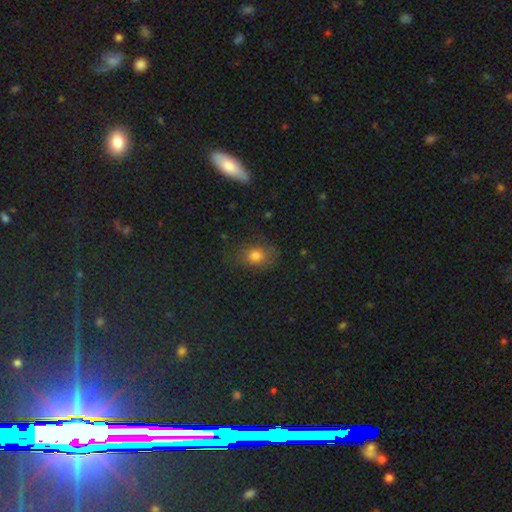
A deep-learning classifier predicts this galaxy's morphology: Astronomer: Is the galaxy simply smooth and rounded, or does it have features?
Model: smooth — 74%.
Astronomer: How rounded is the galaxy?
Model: in between — 54% (runner-up: round, 45%).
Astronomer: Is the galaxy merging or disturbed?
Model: none — 74%.